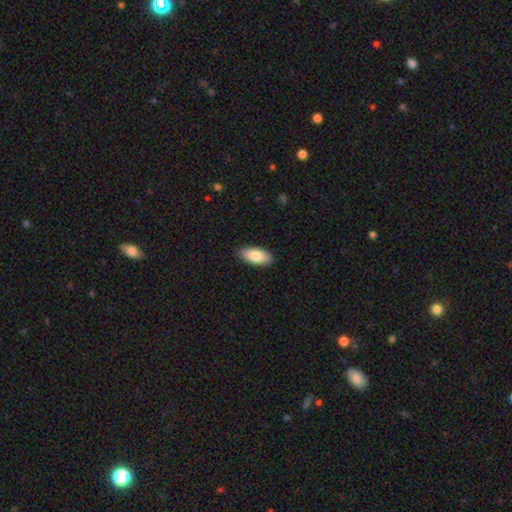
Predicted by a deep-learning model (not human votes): Smooth or featured? Predicted: smooth (p=0.82). How rounded? Predicted: in between (p=0.90). Merging? Predicted: none (p=0.89).